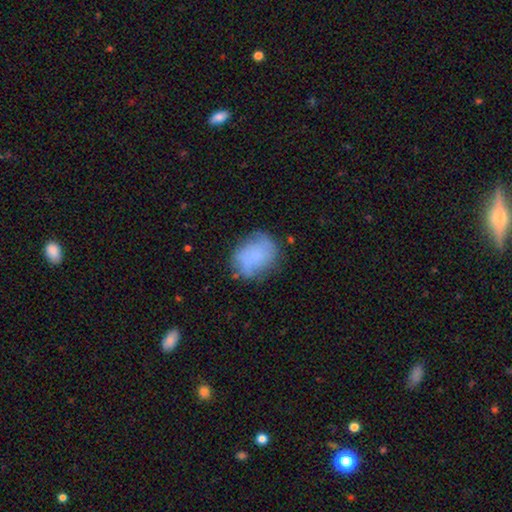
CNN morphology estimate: Smooth or featured? Predicted: smooth (p=0.69). How rounded? Predicted: in between (p=0.55). Merging? Predicted: none (p=0.59).